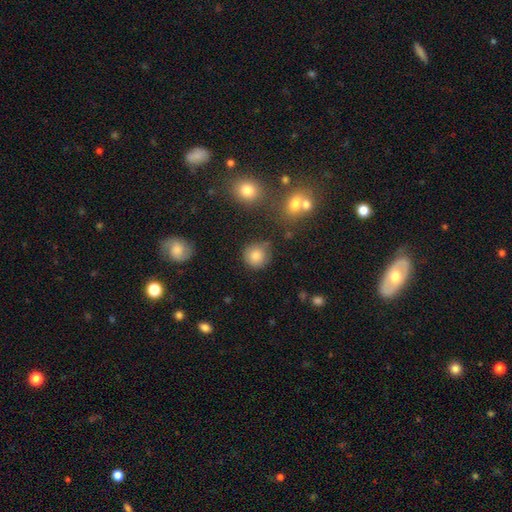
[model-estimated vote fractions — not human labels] Q: Smooth or featured?
A: smooth (82%); runner-up: star or artifact (10%)
Q: How rounded?
A: round (90%); runner-up: in between (9%)
Q: Merging?
A: none (74%); runner-up: minor disturbance (17%)